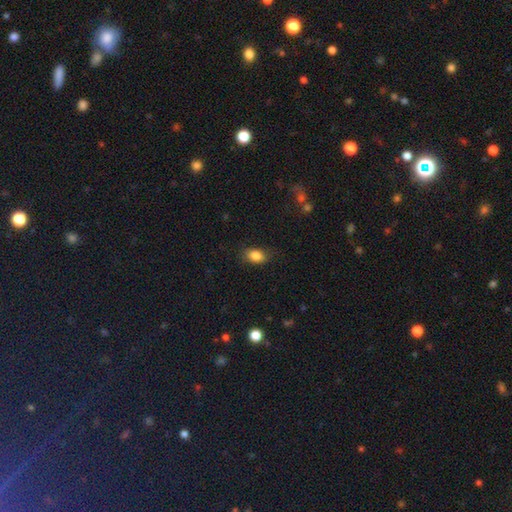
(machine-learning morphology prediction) Overall: smooth (85%). How rounded: in between (80%). Merging: none (81%).